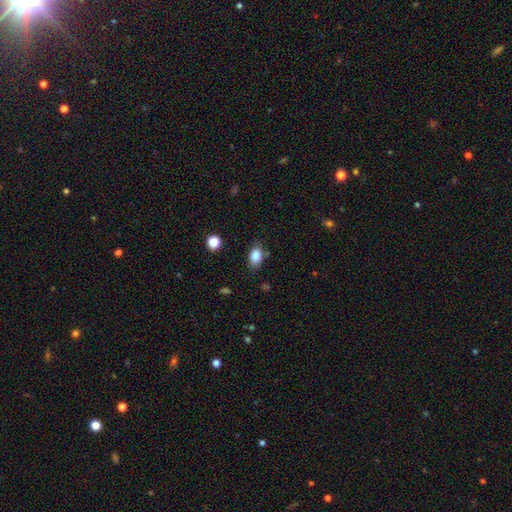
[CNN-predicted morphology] Q: Smooth or featured?
A: smooth (84%); runner-up: star or artifact (9%)
Q: How rounded?
A: in between (82%); runner-up: round (16%)
Q: Merging?
A: none (78%); runner-up: minor disturbance (16%)